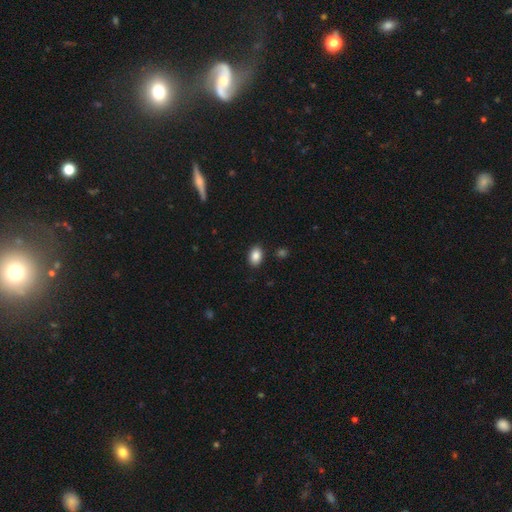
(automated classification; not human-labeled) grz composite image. It shows a smooth galaxy with no disk features (86%) that is in between round and cigar-shaped (82%). Merging: none (88%).